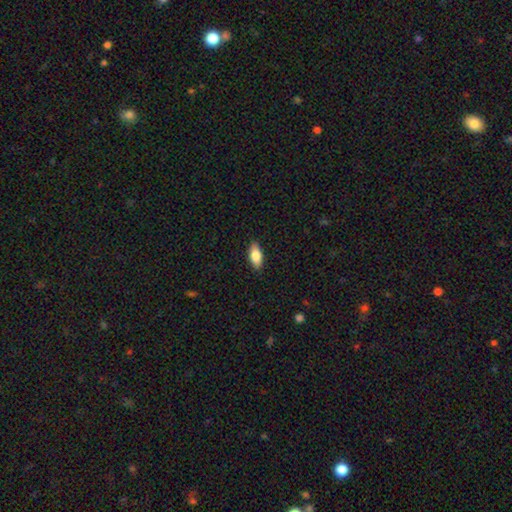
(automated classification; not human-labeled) Overall: smooth (79%). How rounded: in between (83%). Merging: none (89%).